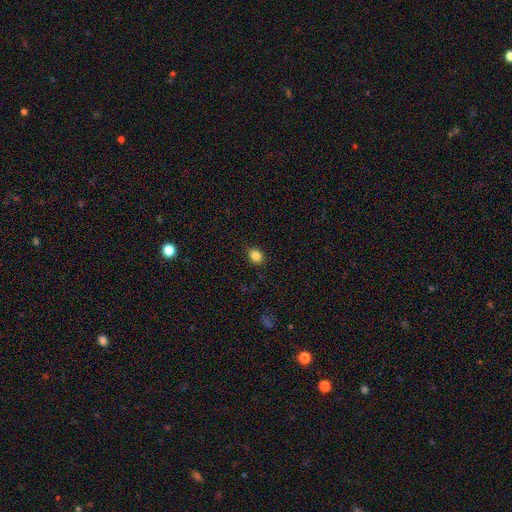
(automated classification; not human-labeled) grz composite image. It shows a smooth galaxy with no disk features (85%) that is round (52%). Merging: none (88%).